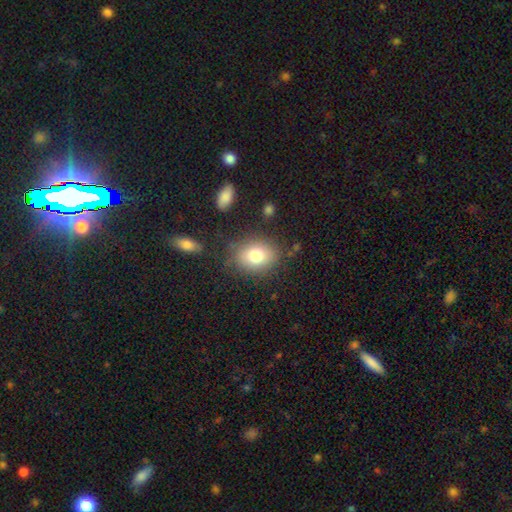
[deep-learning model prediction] smooth 78%, featured or disk 12%, star or artifact 10%. Down the decision tree: how rounded — in between (54%); merging — none (79%).